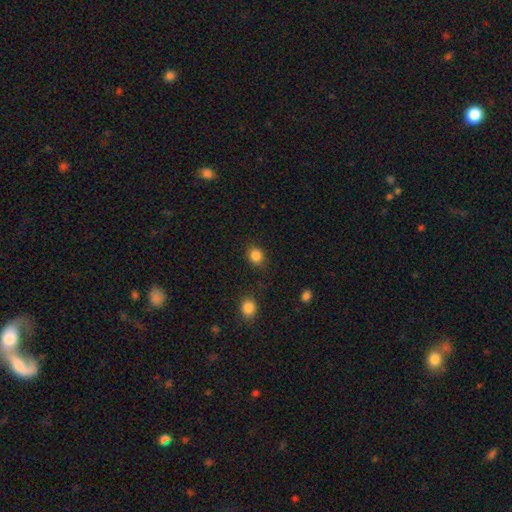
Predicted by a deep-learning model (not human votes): The model was most divided on "how rounded": round: 74%, in between: 25%, cigar-shaped: 1%. More confident: smooth or featured — smooth (86%); merging — none (83%).